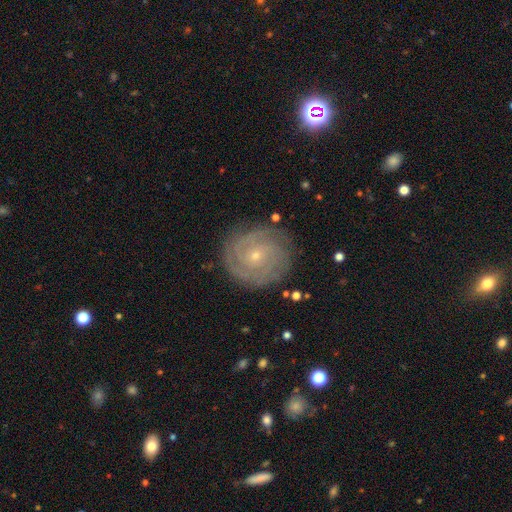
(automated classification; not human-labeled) Smooth or featured? Predicted: featured or disk (p=0.82). Edge-on disk? Predicted: no (p=0.98). Bar? Predicted: no (p=0.75). Spiral arms? Predicted: yes (p=0.95). Spiral winding? Predicted: tight (p=0.81). Spiral arm count? Predicted: can't tell (p=0.27). Bulge size? Predicted: small (p=0.85). Merging? Predicted: none (p=0.84).